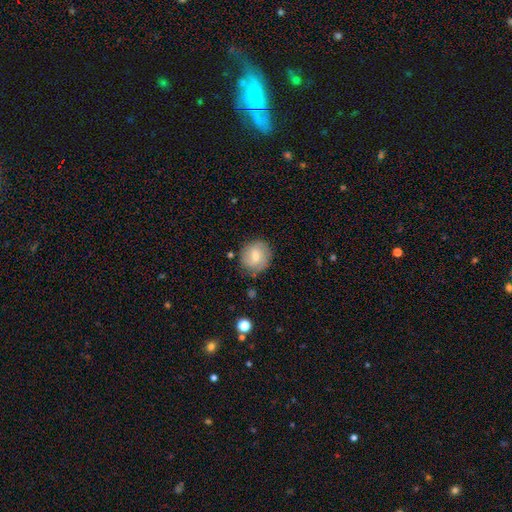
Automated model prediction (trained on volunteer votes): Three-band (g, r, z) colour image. It shows a smooth galaxy with no disk features (51%) that is round (85%). Merging: none (78%).